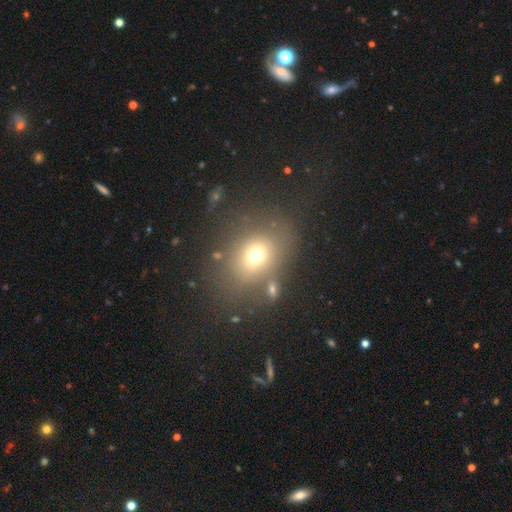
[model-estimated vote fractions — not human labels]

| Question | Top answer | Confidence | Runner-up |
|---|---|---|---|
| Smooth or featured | smooth | 68% | star or artifact (16%) |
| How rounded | in between | 52% | round (47%) |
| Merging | none | 66% | minor disturbance (15%) |